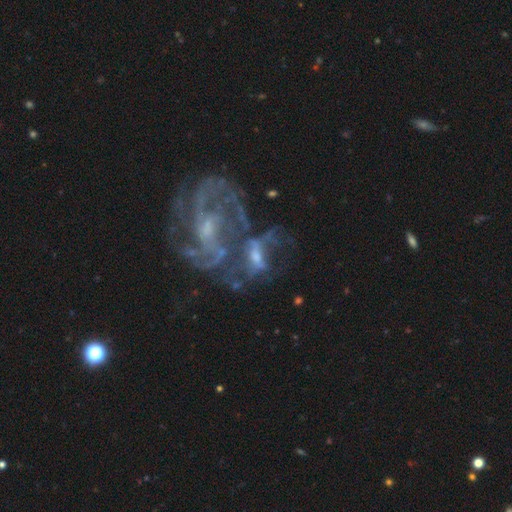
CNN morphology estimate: Q: Smooth or featured?
A: featured or disk (75%); runner-up: star or artifact (14%)
Q: Edge-on disk?
A: no (95%); runner-up: yes (5%)
Q: Bar?
A: no (44%); runner-up: weak (37%)
Q: Spiral arms?
A: yes (71%); runner-up: no (29%)
Q: Spiral winding?
A: medium (38%); runner-up: loose (36%)
Q: Spiral arm count?
A: can't tell (36%); runner-up: 2 (32%)
Q: Bulge size?
A: small (38%); runner-up: moderate (35%)
Q: Merging?
A: merger (36%); runner-up: none (28%)